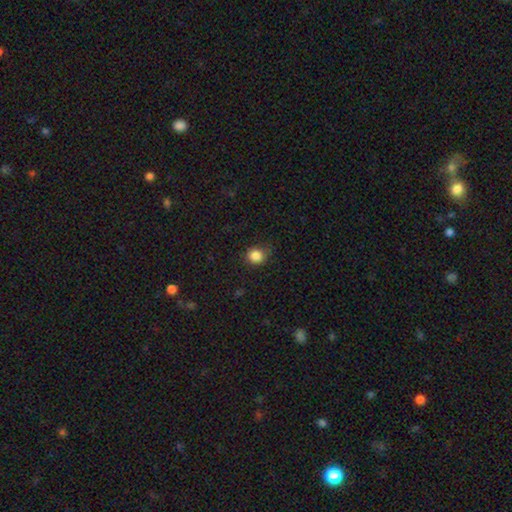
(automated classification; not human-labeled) Smooth or featured? Predicted: smooth (p=0.85). How rounded? Predicted: round (p=0.83). Merging? Predicted: none (p=0.79).